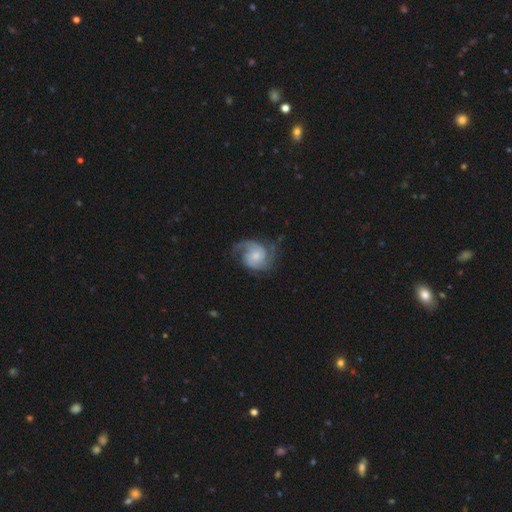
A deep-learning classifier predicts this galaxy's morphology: This appears to be a featured or disk galaxy (84%) with no bar (66%), 2 (68%) medium (47%) spiral arms (96%) and a small central bulge (44%). Merging: none (64%).